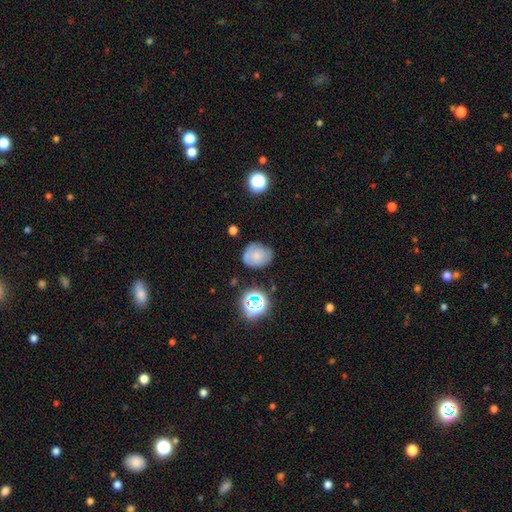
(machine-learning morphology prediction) Q: Smooth or featured?
A: smooth (62%); runner-up: featured or disk (24%)
Q: How rounded?
A: round (53%); runner-up: in between (46%)
Q: Merging?
A: none (62%); runner-up: minor disturbance (26%)